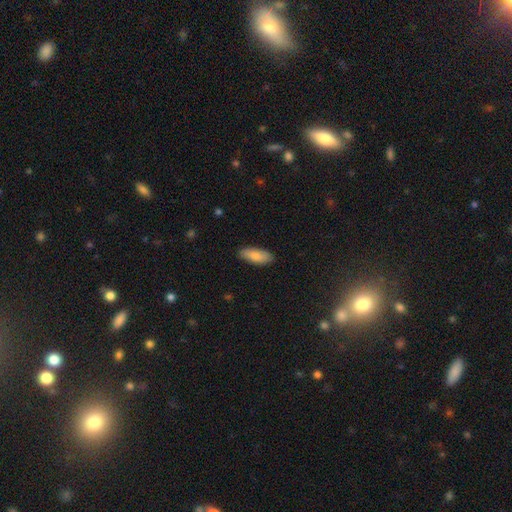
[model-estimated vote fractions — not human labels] The model was most divided on "how rounded": in between: 79%, cigar-shaped: 20%, round: 2%. More confident: merging — none (87%); smooth or featured — smooth (83%).